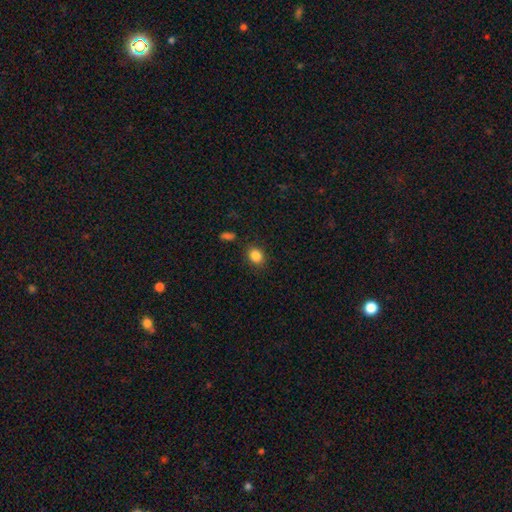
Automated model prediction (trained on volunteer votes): A smooth galaxy with no disk features (85%) that is in between round and cigar-shaped (54%). Merging: none (85%).